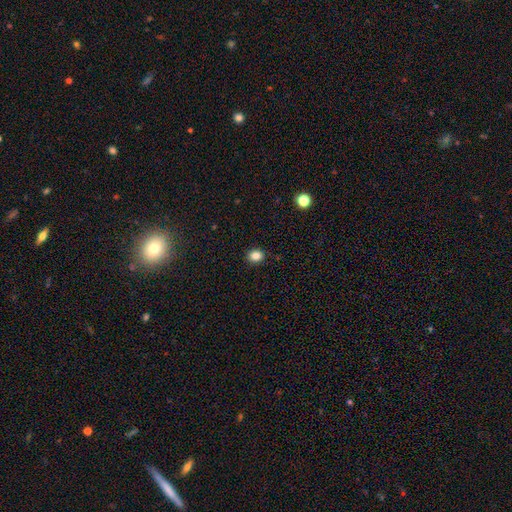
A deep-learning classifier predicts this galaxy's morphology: smooth_or_featured: smooth (p=0.85) [alt: star or artifact p=0.11]
how_rounded: round (p=0.62) [alt: in between p=0.37]
merging: none (p=0.90) [alt: minor disturbance p=0.07]